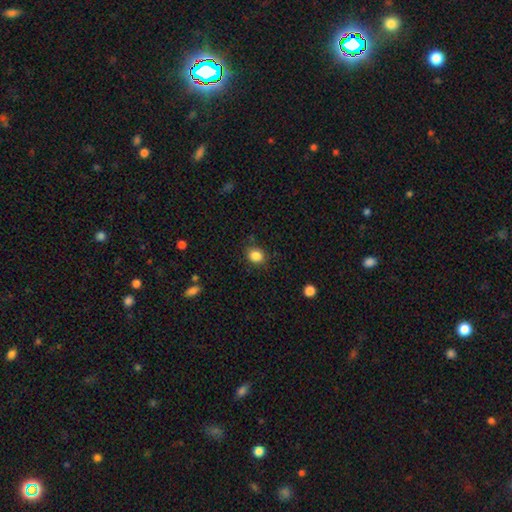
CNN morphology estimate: This is clearly a smooth galaxy (85%). How rounded: likely round (61%). Merging: clearly none (84%).